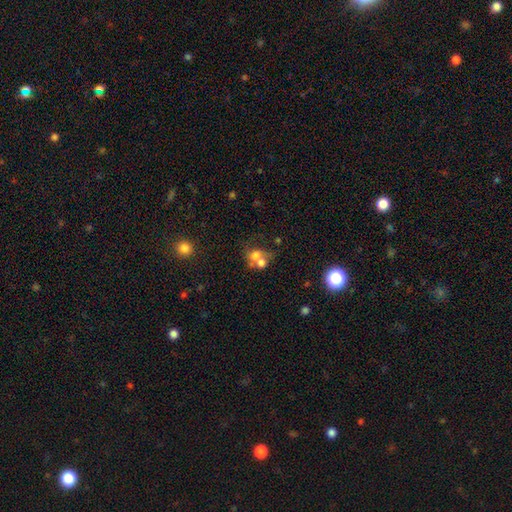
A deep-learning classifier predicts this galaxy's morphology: smooth 65%, featured or disk 21%, star or artifact 14%. Down the decision tree: how rounded — round (61%); merging — merger (58%).